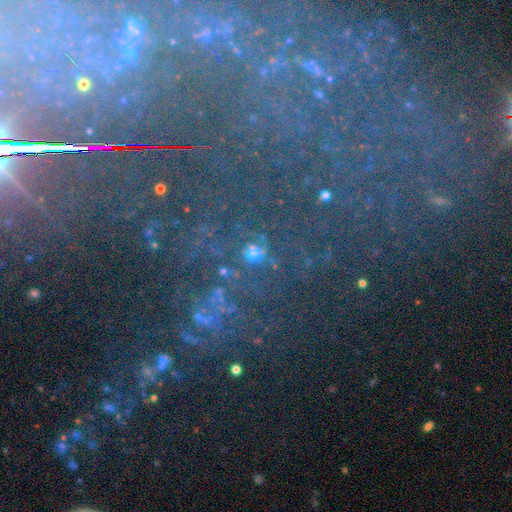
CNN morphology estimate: This is possibly a star or artifact rather than a galaxy (50%).